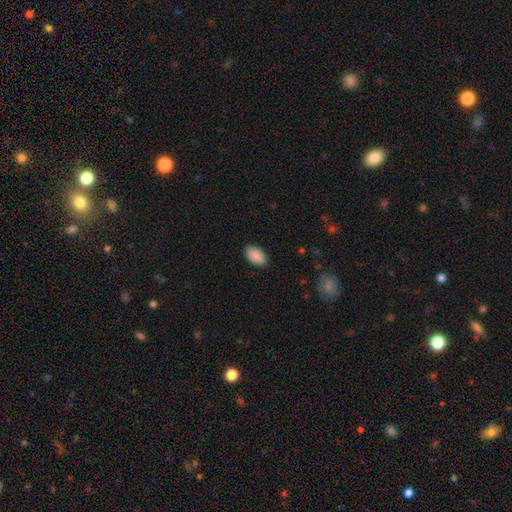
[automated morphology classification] This is clearly a smooth galaxy (90%). How rounded: clearly in between (94%). Merging: clearly none (88%).